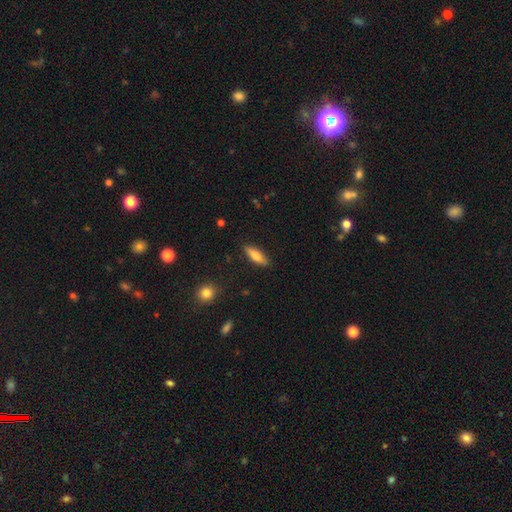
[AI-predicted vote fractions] A smooth galaxy with no disk features (73%) that is cigar-shaped (51%). Merging: none (86%).